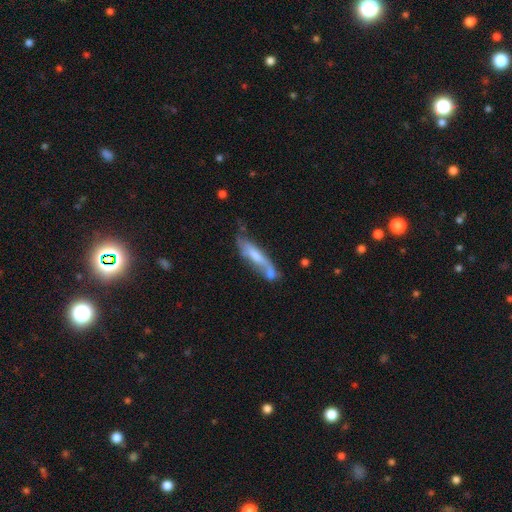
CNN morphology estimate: A smooth galaxy with no disk features (50%). Merging: none (37%).